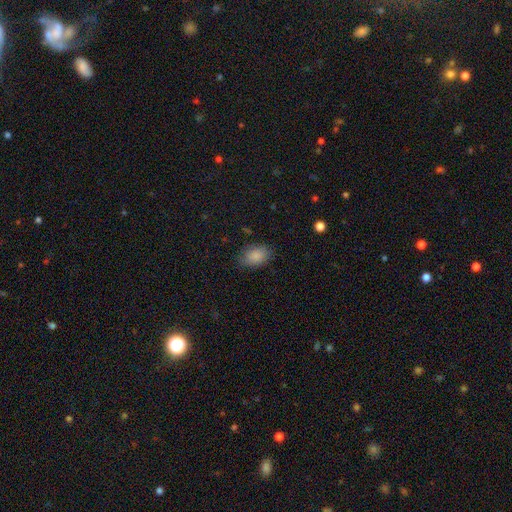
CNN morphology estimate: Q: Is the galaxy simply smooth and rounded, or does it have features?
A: smooth — 87%.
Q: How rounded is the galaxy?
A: in between — 87%.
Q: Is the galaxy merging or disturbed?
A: none — 81%.